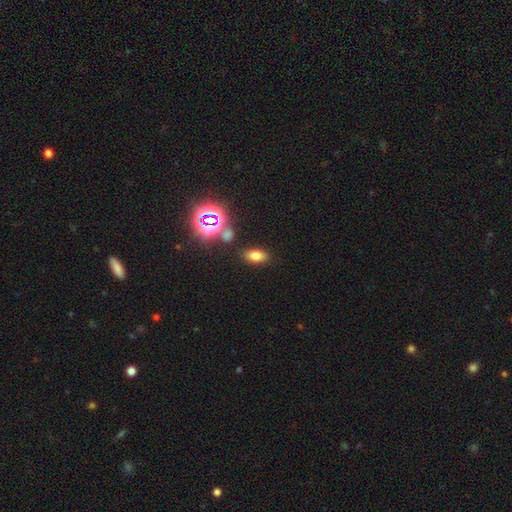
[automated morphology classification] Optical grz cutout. It shows a smooth galaxy with no disk features (69%) that is in between round and cigar-shaped (86%). Merging: none (83%).